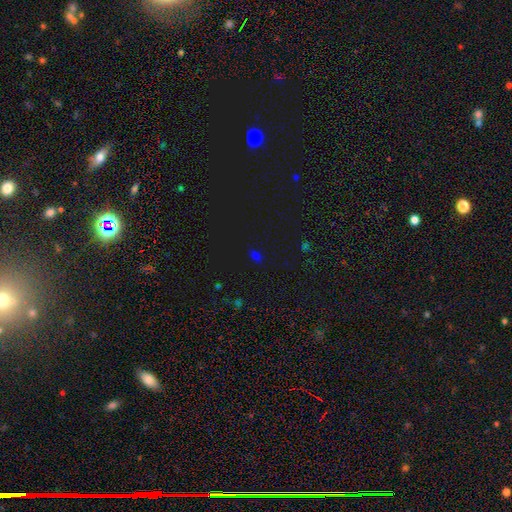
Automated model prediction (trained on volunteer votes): This appears to be a smooth galaxy with no disk features (51%) that is in between round and cigar-shaped (78%). Merging: none (80%).